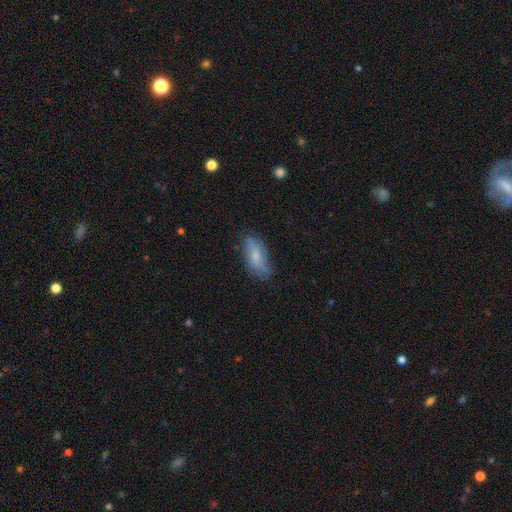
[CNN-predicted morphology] smooth 64%, featured or disk 29%, star or artifact 7%. Down the decision tree: how rounded — in between (81%); merging — none (67%).